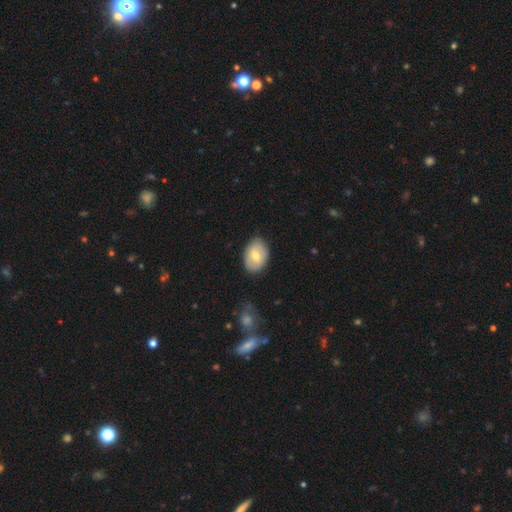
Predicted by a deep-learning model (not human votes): Smooth or featured? Predicted: smooth (p=0.68). How rounded? Predicted: in between (p=0.81). Merging? Predicted: none (p=0.82).